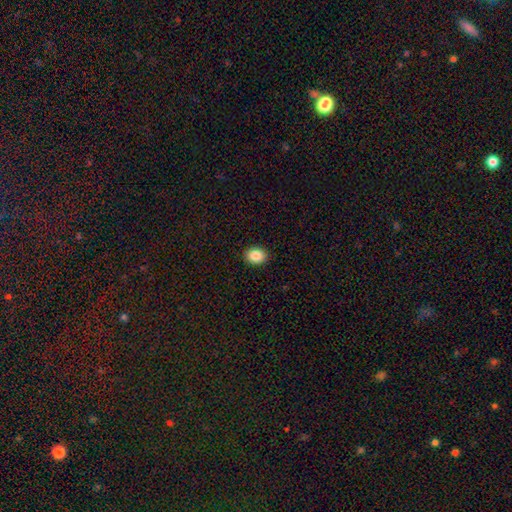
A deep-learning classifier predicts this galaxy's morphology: The model was most divided on "how rounded": in between: 61%, round: 38%, cigar-shaped: 1%. More confident: merging — none (91%); smooth or featured — smooth (86%).